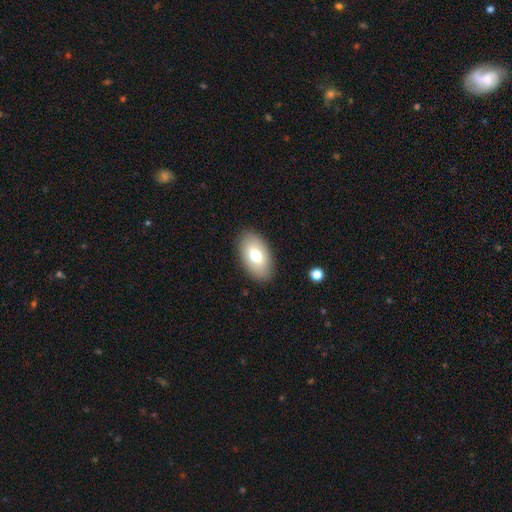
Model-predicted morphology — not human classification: type=smooth (71%); roundness=in between (93%); merging=none (88%).